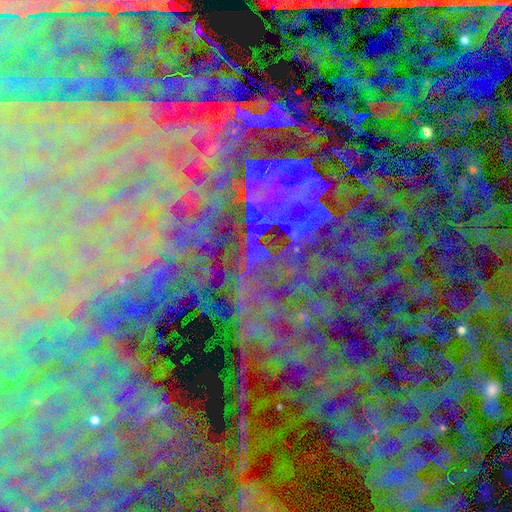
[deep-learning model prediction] Overall: star or artifact (84%).